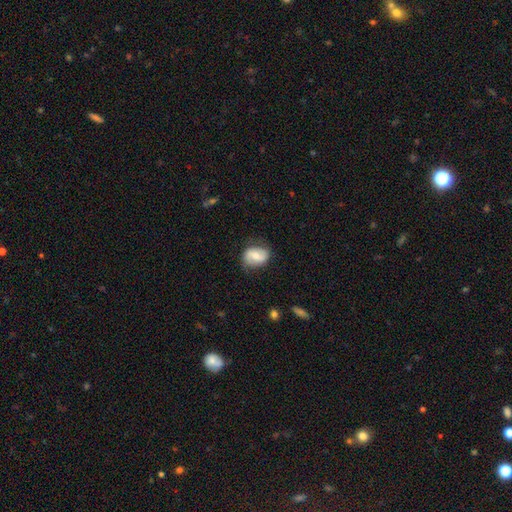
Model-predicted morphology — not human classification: A featured or disk galaxy (49%). Merging: none (71%).